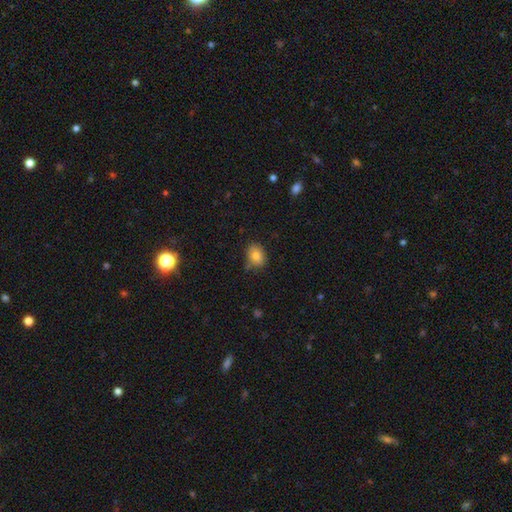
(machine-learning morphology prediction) smooth 82%, star or artifact 10%, featured or disk 8%. Down the decision tree: how rounded — in between (61%); merging — none (70%).